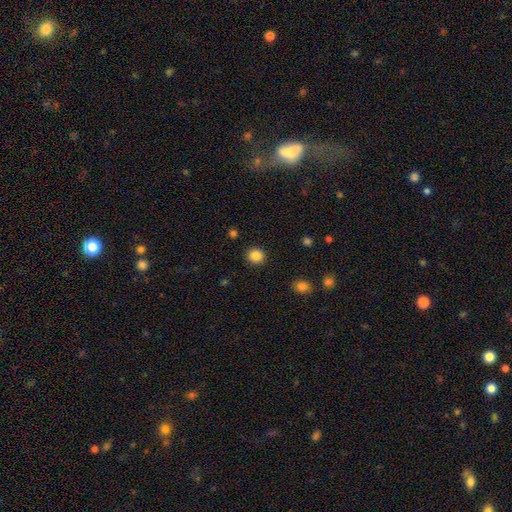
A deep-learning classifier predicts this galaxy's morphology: type=smooth (86%); roundness=round (85%); merging=none (90%).